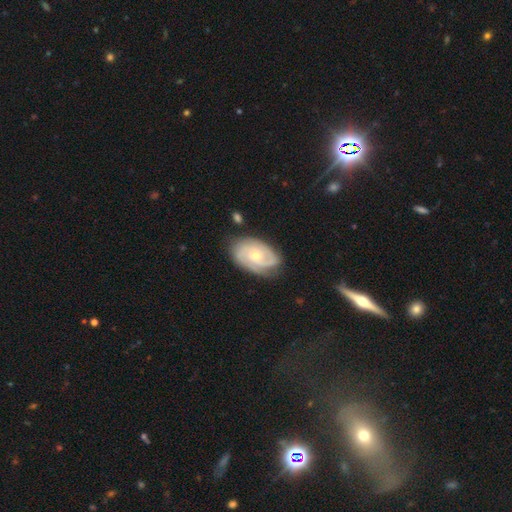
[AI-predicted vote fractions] Smooth or featured: featured or disk — 78% (smooth — 16%)
Edge-on disk: no — 96% (yes — 4%)
Bar: no — 73% (weak — 23%)
Spiral arms: yes — 94% (no — 6%)
Spiral winding: tight — 56% (medium — 34%)
Spiral arm count: 2 — 39% (can't tell — 23%)
Bulge size: small — 52% (moderate — 45%)
Merging: none — 73% (minor disturbance — 20%)